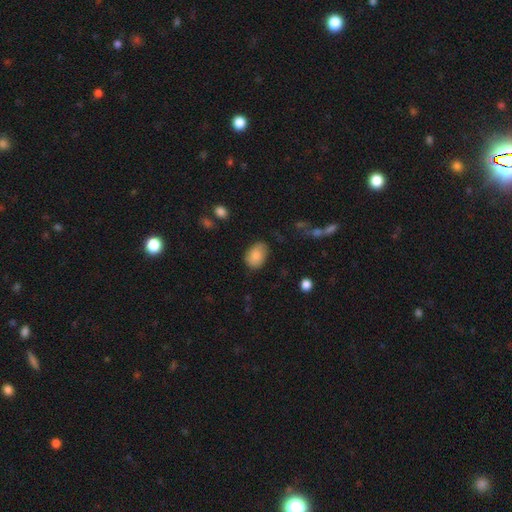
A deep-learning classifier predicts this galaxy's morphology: The model was most divided on "merging": none: 71%, minor disturbance: 22%, major disturbance: 5%, merger: 2%. More confident: smooth or featured — smooth (84%); how rounded — in between (78%).